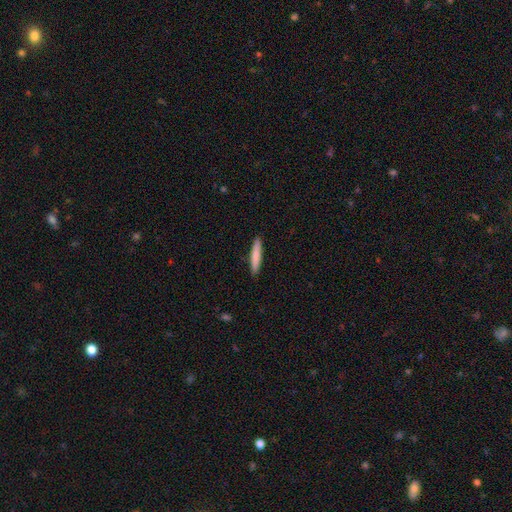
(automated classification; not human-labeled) Overall: smooth (80%). How rounded: cigar-shaped (92%). Merging: none (91%).